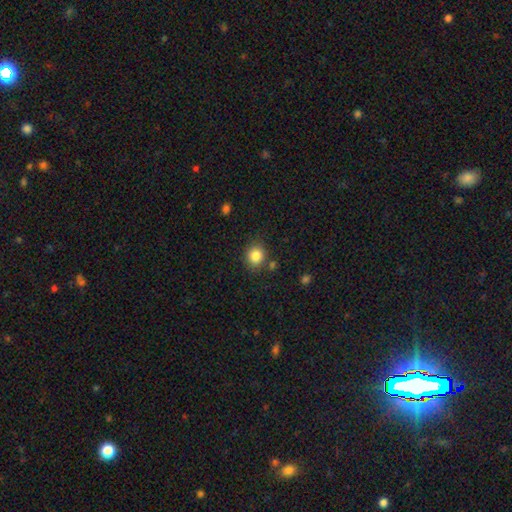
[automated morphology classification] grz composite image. It shows a smooth galaxy with no disk features (84%) that is round (79%). Merging: none (80%).